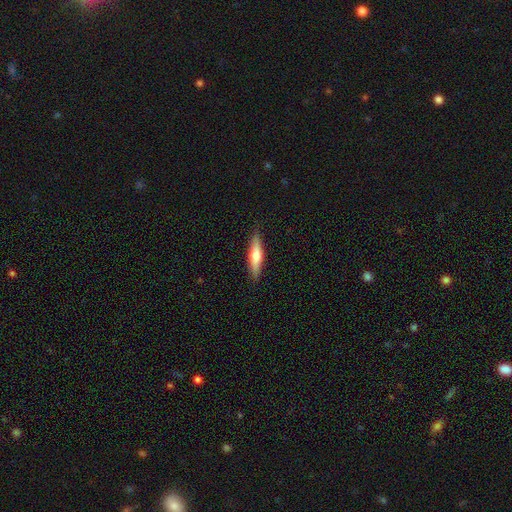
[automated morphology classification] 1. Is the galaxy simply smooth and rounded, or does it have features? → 56% smooth, 38% featured or disk, 6% star or artifact.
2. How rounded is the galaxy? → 76% cigar-shaped, 23% in between, 2% round.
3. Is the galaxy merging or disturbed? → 88% none, 9% minor disturbance, 2% major disturbance, 1% merger.